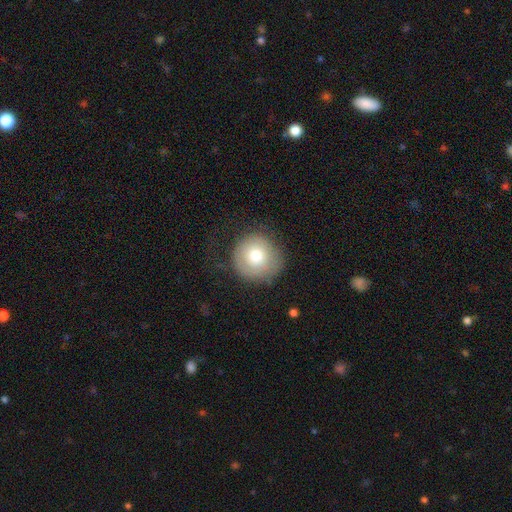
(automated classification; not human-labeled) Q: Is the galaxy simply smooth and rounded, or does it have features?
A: smooth — 69%.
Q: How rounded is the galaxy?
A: round — 93%.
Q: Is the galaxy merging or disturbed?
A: none — 71%.